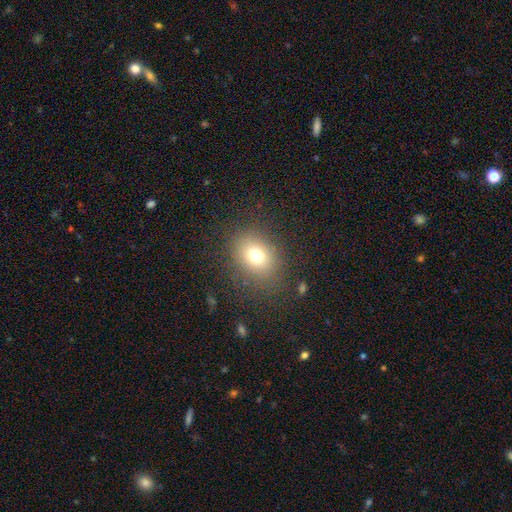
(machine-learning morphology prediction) This appears to be a smooth galaxy with no disk features (73%) that is round (56%). Merging: none (82%).